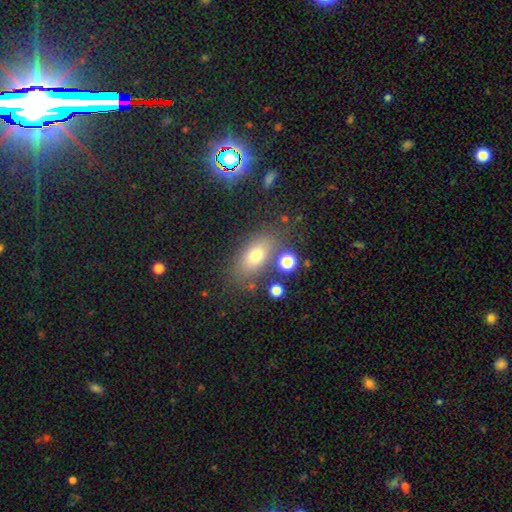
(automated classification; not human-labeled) Smooth or featured? smooth (70%)
How rounded? in between (82%)
Merging? none (73%)